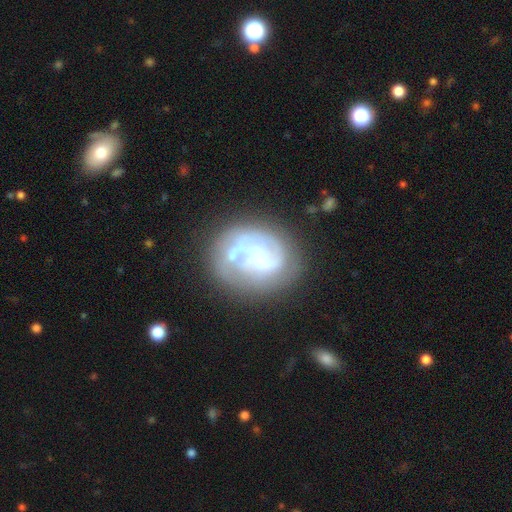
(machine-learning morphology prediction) Smooth or featured? Predicted: featured or disk (p=0.76). Edge-on disk? Predicted: no (p=0.98). Bar? Predicted: weak (p=0.42). Spiral arms? Predicted: yes (p=0.78). Spiral winding? Predicted: medium (p=0.41). Spiral arm count? Predicted: 2 (p=0.43). Bulge size? Predicted: small (p=0.32, tied with moderate). Merging? Predicted: none (p=0.54).